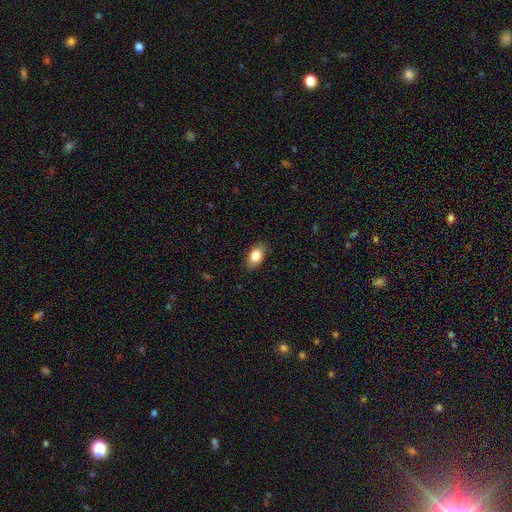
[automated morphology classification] Smooth or featured? smooth (84%)
How rounded? in between (88%)
Merging? none (85%)